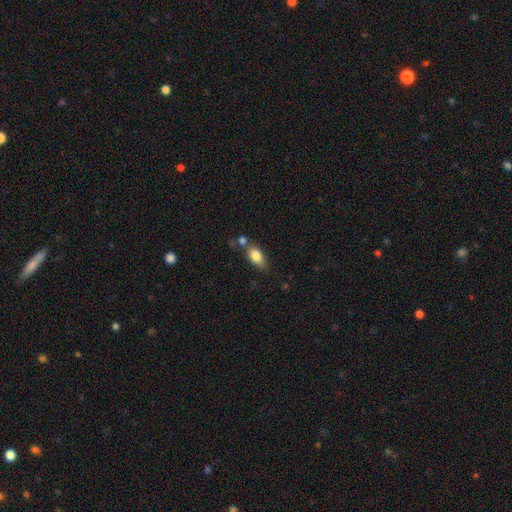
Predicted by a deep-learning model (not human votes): Q: Smooth or featured?
A: smooth (82%); runner-up: featured or disk (10%)
Q: How rounded?
A: in between (85%); runner-up: round (9%)
Q: Merging?
A: none (54%); runner-up: merger (24%)